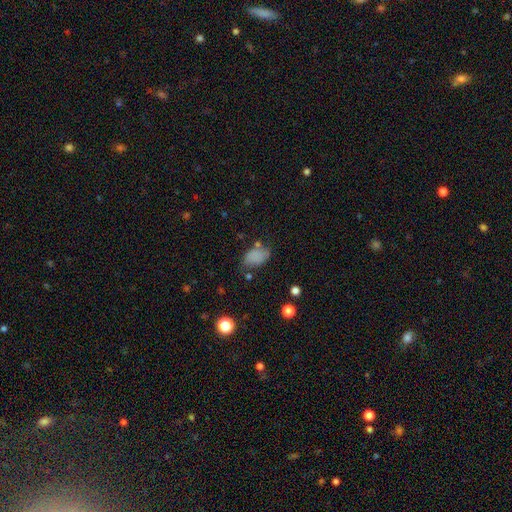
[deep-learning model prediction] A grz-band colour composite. It shows a smooth galaxy with no disk features (81%) that is in between round and cigar-shaped (90%). Merging: none (60%).